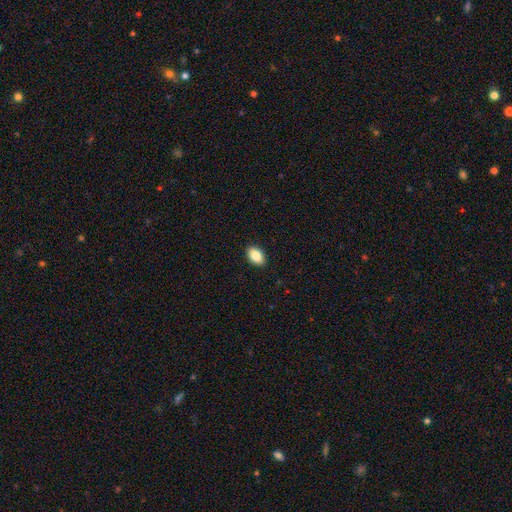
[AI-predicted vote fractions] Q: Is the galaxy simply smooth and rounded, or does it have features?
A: smooth — 86%.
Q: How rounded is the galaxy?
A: in between — 89%.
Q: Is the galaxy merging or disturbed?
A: none — 91%.